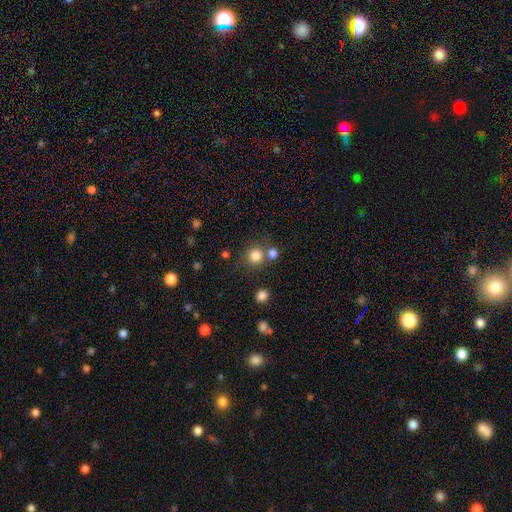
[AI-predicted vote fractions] The model was most divided on "merging": none: 69%, merger: 19%, minor disturbance: 8%, major disturbance: 4%. More confident: how rounded — round (92%); smooth or featured — smooth (82%).